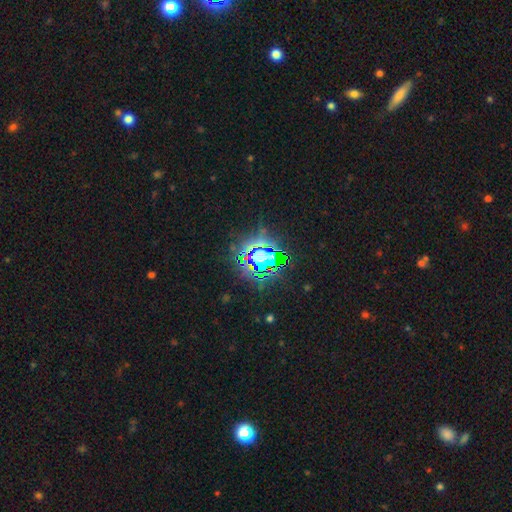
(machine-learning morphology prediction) This appears to be a star or artifact, not a galaxy (69%).